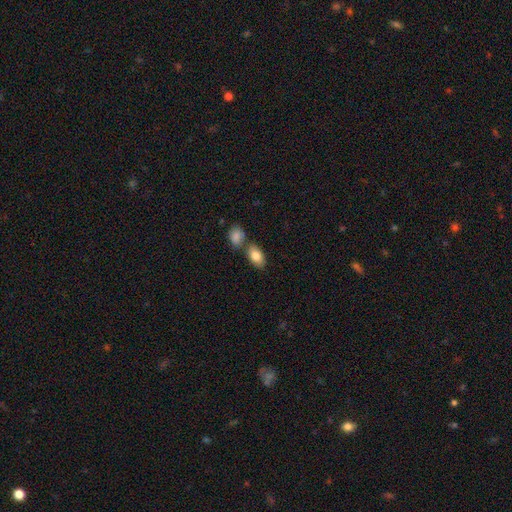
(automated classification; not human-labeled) Smooth or featured? Predicted: smooth (p=0.83). How rounded? Predicted: in between (p=0.91). Merging? Predicted: none (p=0.60).